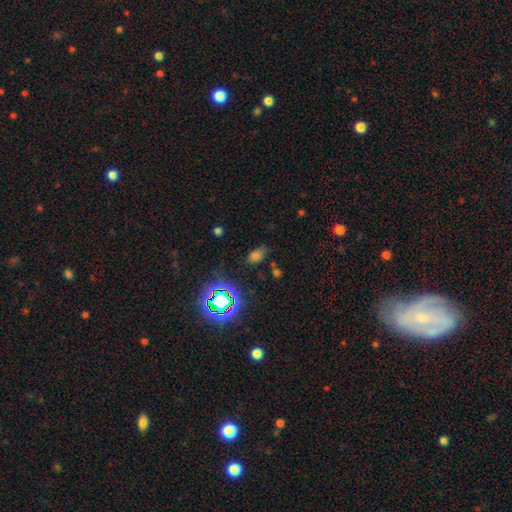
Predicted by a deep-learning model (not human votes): Smooth or featured? smooth (56%)
How rounded? in between (84%)
Merging? none (77%)